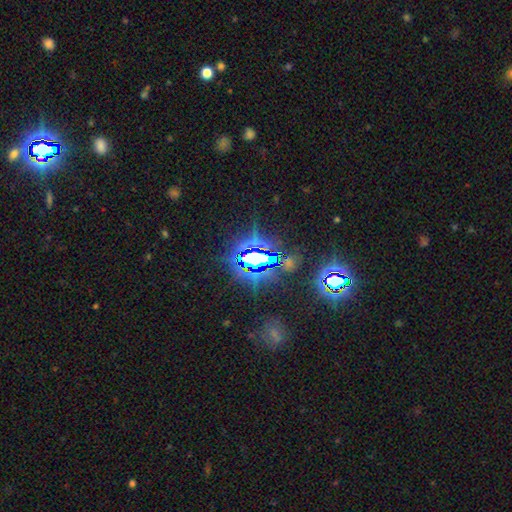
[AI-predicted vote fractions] Smooth or featured? star or artifact (79%)